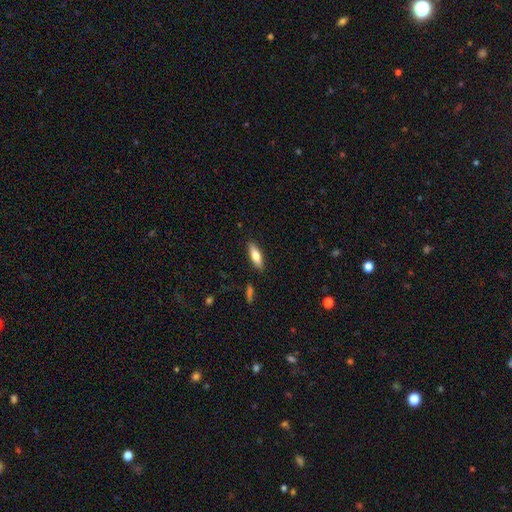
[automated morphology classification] A smooth galaxy with no disk features (71%) that is in between round and cigar-shaped (54%).

Vote fractions:
- Smooth or featured? smooth: 71% / featured or disk: 23% / star or artifact: 6%
- How rounded? in between: 54% / cigar-shaped: 44% / round: 2%
- Merging? none: 88% / minor disturbance: 9% / major disturbance: 2% / merger: 1%